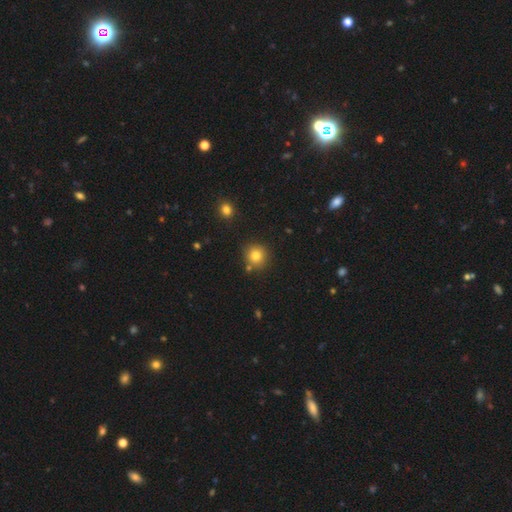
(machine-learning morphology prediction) Smooth or featured: smooth — 82% (star or artifact — 12%)
How rounded: round — 91% (in between — 8%)
Merging: none — 82% (minor disturbance — 9%)